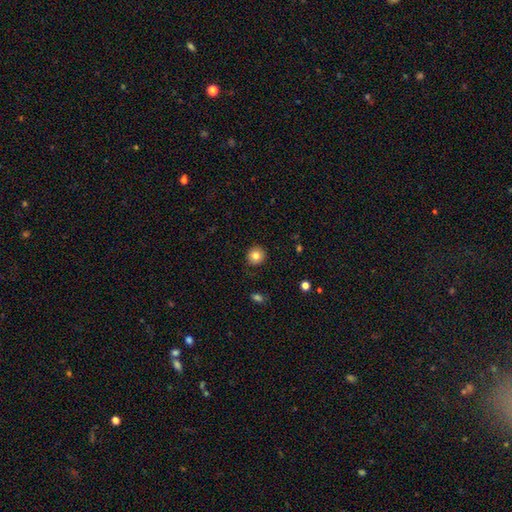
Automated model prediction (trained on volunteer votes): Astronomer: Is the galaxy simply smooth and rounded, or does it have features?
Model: smooth — 81%.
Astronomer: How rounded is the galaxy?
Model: round — 92%.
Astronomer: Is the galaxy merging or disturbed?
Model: none — 88%.